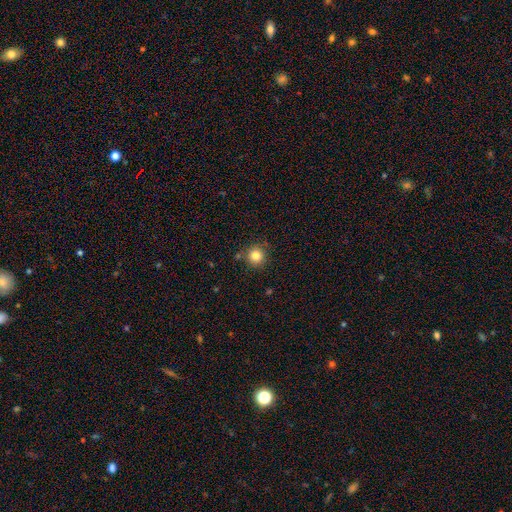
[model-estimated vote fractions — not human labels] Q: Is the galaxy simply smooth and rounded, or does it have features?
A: smooth — 82%.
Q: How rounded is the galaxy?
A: round — 94%.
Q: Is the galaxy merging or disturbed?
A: none — 84%.